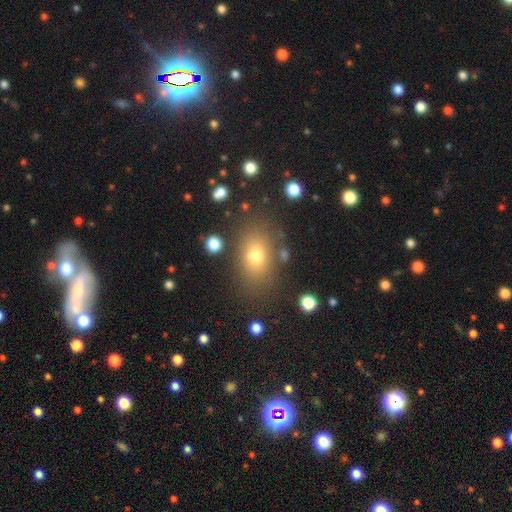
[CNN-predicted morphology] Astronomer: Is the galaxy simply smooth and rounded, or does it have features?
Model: smooth — 72%.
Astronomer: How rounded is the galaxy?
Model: in between — 75%.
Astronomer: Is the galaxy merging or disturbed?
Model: none — 80%.